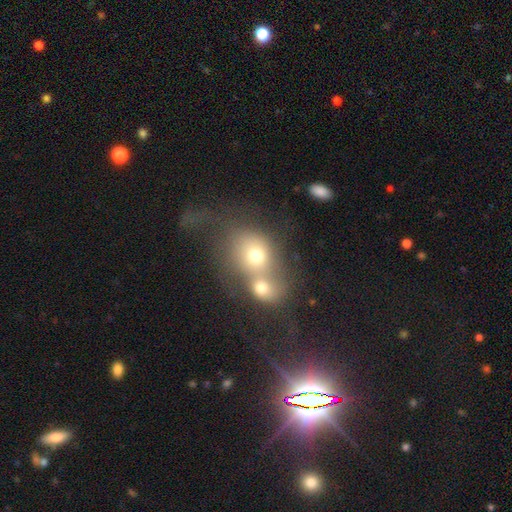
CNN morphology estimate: Q: Smooth or featured?
A: smooth (67%); runner-up: featured or disk (20%)
Q: How rounded?
A: round (63%); runner-up: in between (36%)
Q: Merging?
A: merger (70%); runner-up: none (17%)